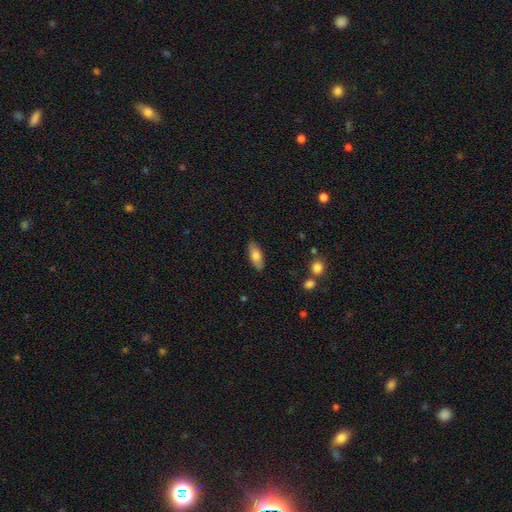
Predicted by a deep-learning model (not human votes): Morphology: type=smooth (74%); roundness=in between (78%); merging=none (87%).